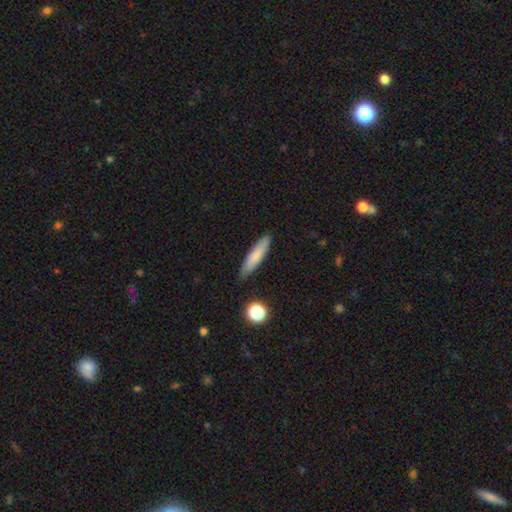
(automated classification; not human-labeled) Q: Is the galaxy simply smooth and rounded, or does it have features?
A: smooth — 76%.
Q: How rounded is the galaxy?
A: cigar-shaped — 80%.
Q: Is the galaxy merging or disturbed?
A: none — 84%.